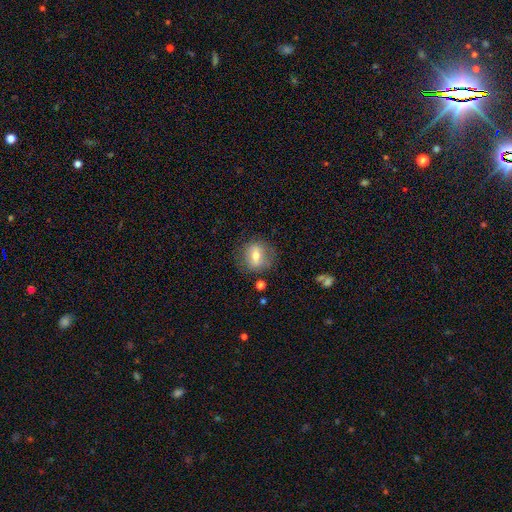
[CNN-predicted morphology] A smooth galaxy with no disk features (60%) that is round (75%).

Vote fractions:
- Smooth or featured? smooth: 60% / featured or disk: 31% / star or artifact: 10%
- How rounded? round: 75% / in between: 24% / cigar-shaped: 2%
- Merging? none: 78% / minor disturbance: 15% / major disturbance: 5% / merger: 2%